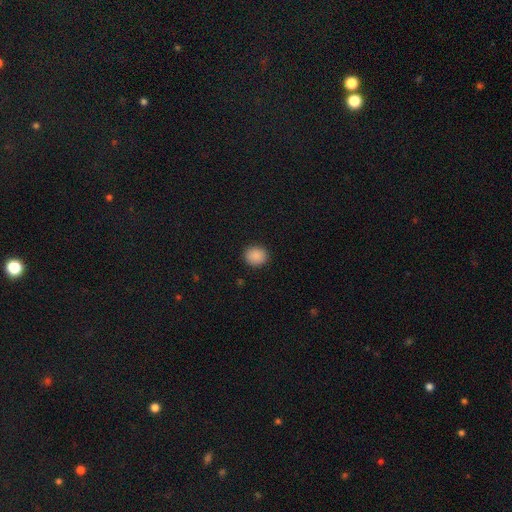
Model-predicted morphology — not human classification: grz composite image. It shows a smooth galaxy with no disk features (89%) that is round (74%). Merging: none (90%).